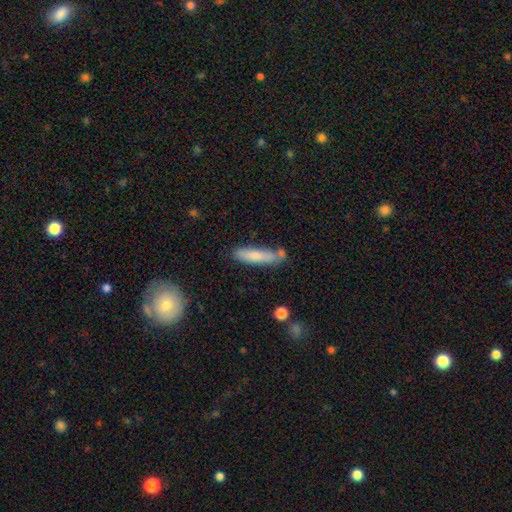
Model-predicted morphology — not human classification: A smooth galaxy with no disk features (76%) that is cigar-shaped (79%). Merging: none (67%).